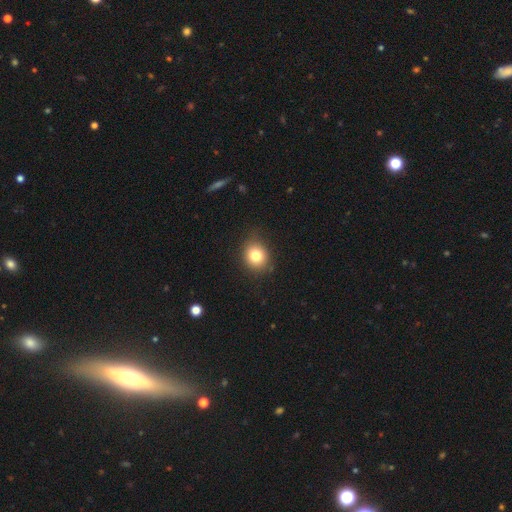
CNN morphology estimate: smooth-or-featured: smooth: 80% | star or artifact: 11% | featured or disk: 9%
  how-rounded: round: 71% | in between: 28% | cigar-shaped: 1%
  merging: none: 83% | minor disturbance: 13% | major disturbance: 3% | merger: 1%